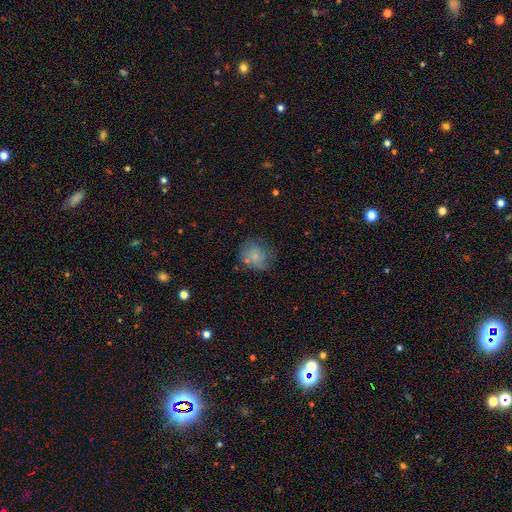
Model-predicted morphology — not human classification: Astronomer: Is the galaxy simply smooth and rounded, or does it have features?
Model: smooth — 66%.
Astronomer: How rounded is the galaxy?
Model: round — 68%.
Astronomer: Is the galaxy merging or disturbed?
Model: none — 56%.